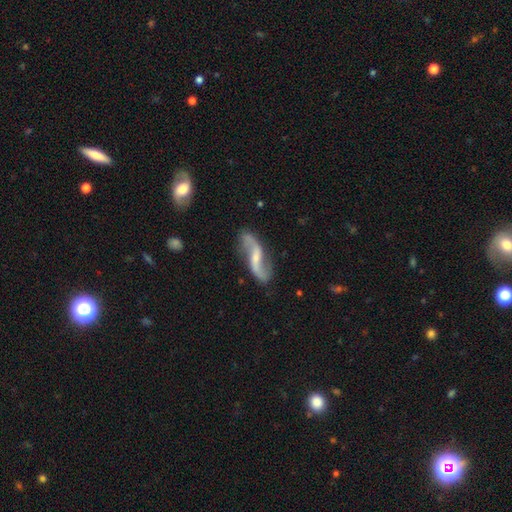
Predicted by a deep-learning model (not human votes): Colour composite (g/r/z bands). It shows a featured or disk galaxy (87%) with a weak bar (45%), 2 (93%) loose (79%) spiral arms (96%) and a small central bulge (45%). Merging: none (76%).